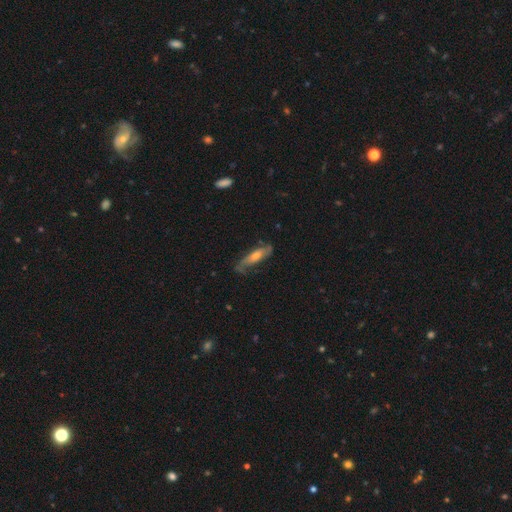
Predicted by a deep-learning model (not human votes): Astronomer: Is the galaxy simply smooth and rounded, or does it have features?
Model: featured or disk — 63%.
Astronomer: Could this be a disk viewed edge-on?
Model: no — 64%.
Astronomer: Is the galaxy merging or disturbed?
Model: none — 63%.